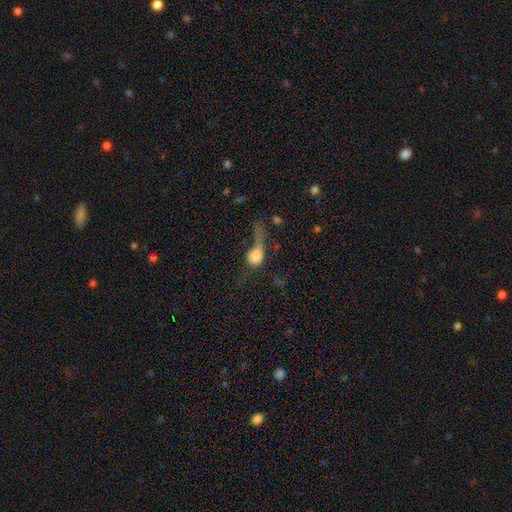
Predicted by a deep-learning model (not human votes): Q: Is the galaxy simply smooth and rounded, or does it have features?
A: smooth — 64%.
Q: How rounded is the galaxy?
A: round — 57%.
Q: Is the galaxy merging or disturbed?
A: major disturbance — 54%.